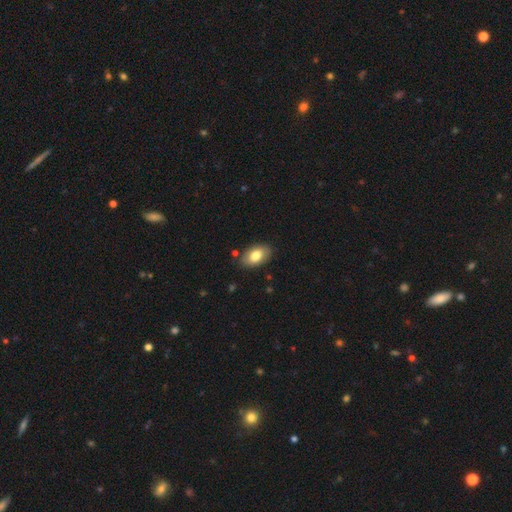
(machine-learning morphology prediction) Smooth or featured? smooth (77%)
How rounded? in between (92%)
Merging? none (84%)